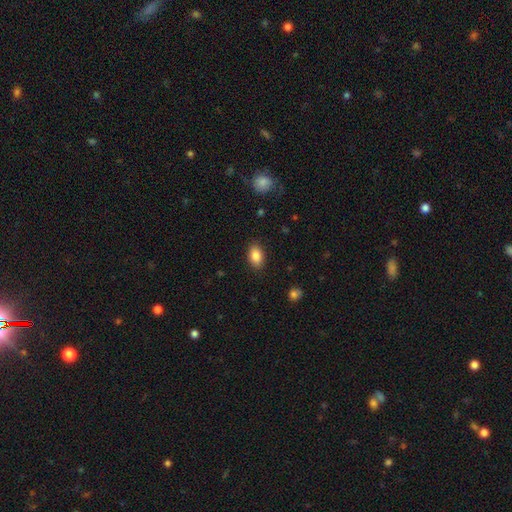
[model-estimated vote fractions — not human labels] Smooth or featured? Predicted: smooth (p=0.85). How rounded? Predicted: in between (p=0.90). Merging? Predicted: none (p=0.87).